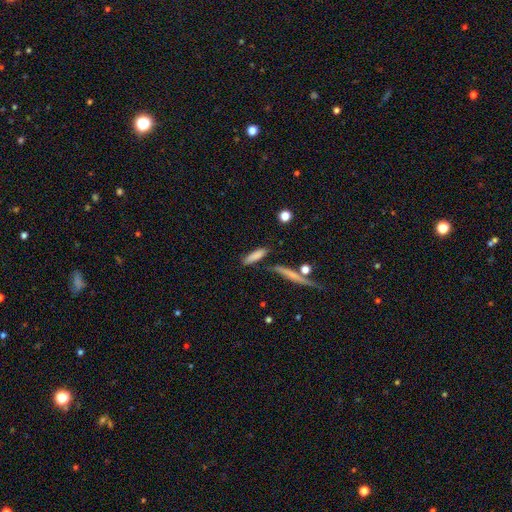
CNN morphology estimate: Smooth or featured?
  - smooth: 80% *
  - featured or disk: 12%
  - star or artifact: 8%
How rounded?
  - cigar-shaped: 62% *
  - in between: 36%
  - round: 2%
Merging?
  - none: 68% *
  - minor disturbance: 15%
  - merger: 11%
  - major disturbance: 5%